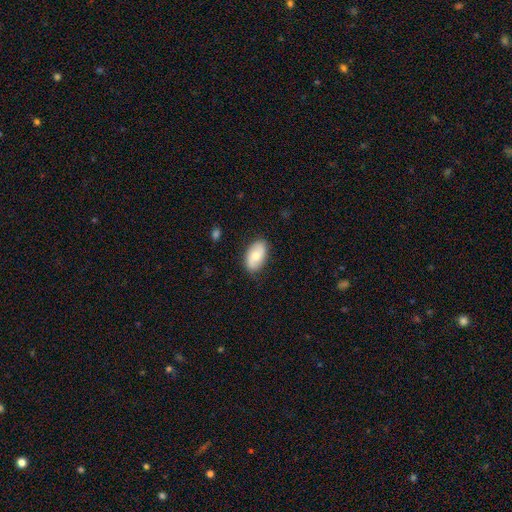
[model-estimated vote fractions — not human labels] A smooth galaxy with no disk features (67%) that is in between round and cigar-shaped (93%).

Vote fractions:
- Smooth or featured? smooth: 67% / featured or disk: 27% / star or artifact: 6%
- How rounded? in between: 93% / round: 5% / cigar-shaped: 2%
- Merging? none: 84% / minor disturbance: 13% / major disturbance: 3% / merger: 1%